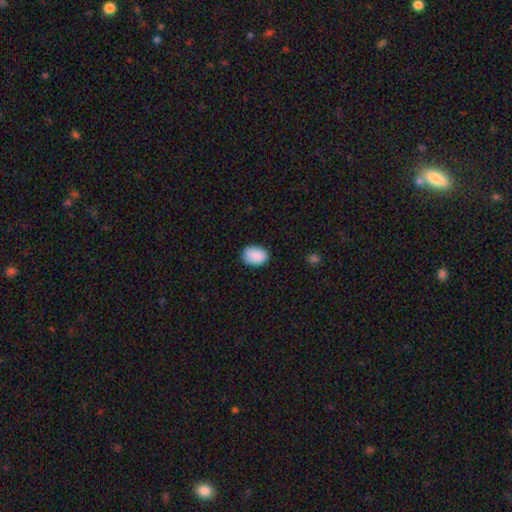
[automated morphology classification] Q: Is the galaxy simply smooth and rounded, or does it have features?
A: smooth — 89%.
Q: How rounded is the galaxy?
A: in between — 66%.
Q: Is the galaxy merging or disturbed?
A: none — 79%.